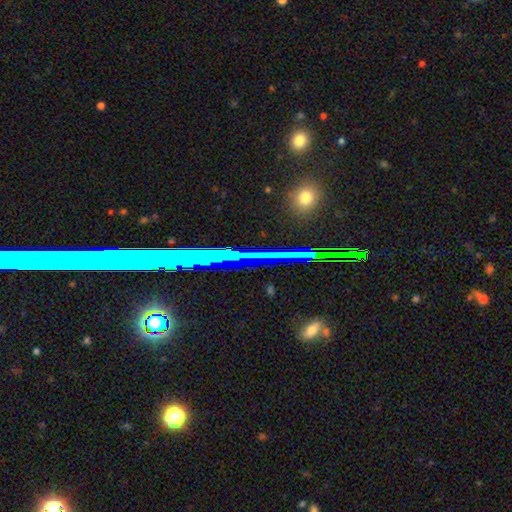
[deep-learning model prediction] The model was most divided on "smooth or featured": star or artifact: 54%, featured or disk: 24%, smooth: 22%.